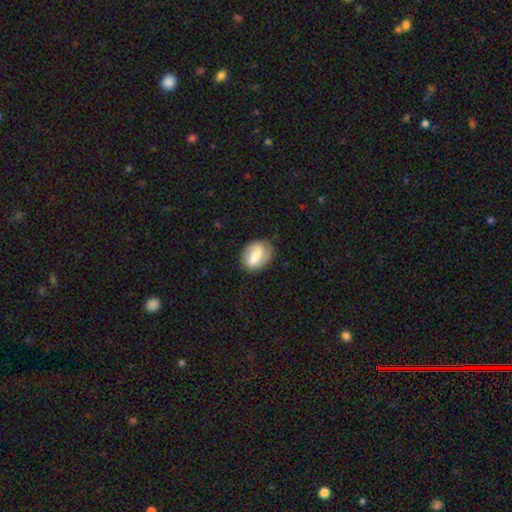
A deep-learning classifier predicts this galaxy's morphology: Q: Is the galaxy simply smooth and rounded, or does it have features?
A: smooth — 67%.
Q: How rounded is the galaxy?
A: in between — 80%.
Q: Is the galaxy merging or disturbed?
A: none — 75%.